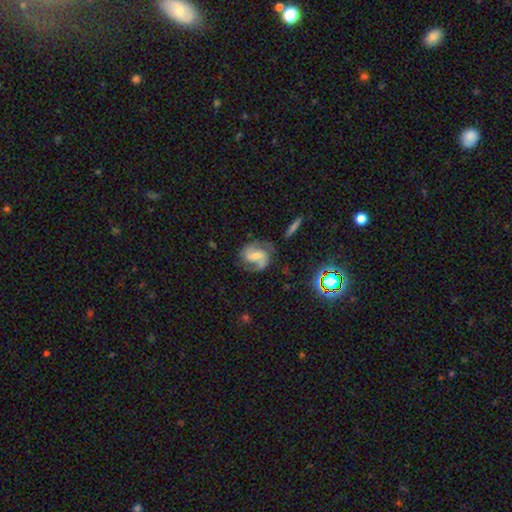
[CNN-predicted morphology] A featured or disk galaxy (80%) with a weak bar (45%), 2 (86%) medium (53%) spiral arms (95%) and a small central bulge (48%). Merging: none (70%).